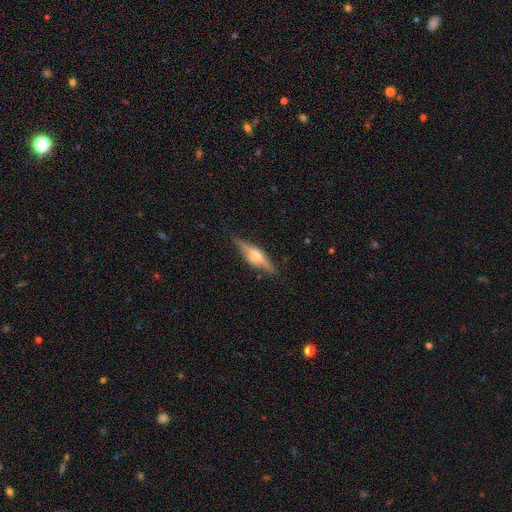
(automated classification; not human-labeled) Smooth or featured? Predicted: featured or disk (p=0.74). Edge-on disk? Predicted: yes (p=0.96). Edge-on bulge? Predicted: rounded (p=0.85). Merging? Predicted: none (p=0.87).